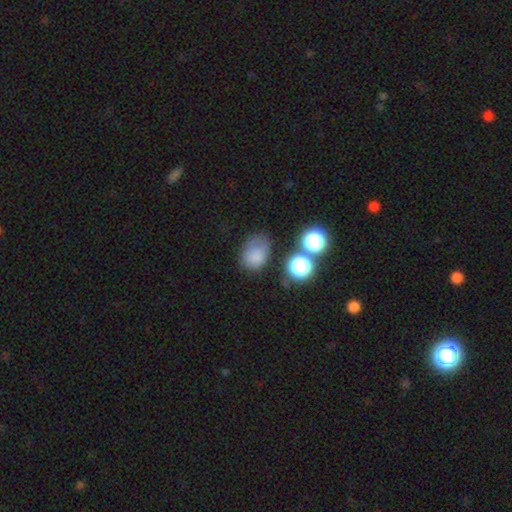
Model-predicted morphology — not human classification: type=smooth (74%); roundness=in between (62%); merging=none (51%).